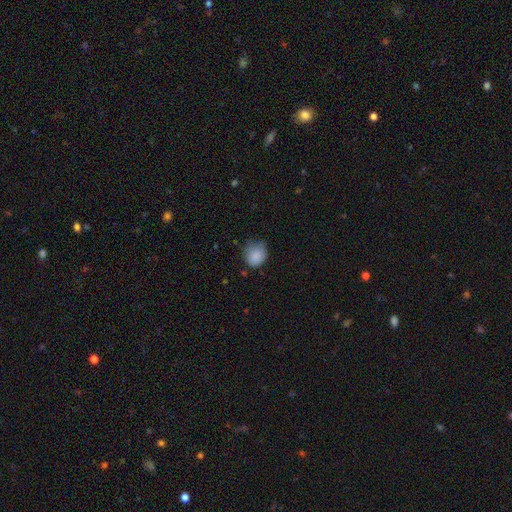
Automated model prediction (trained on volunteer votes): Smooth or featured? smooth (86%)
How rounded? round (76%)
Merging? none (56%)